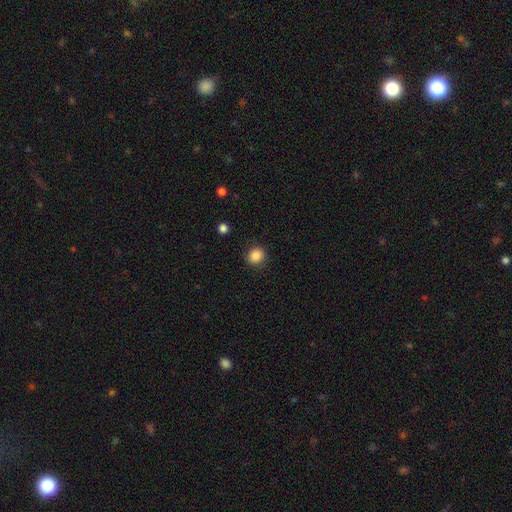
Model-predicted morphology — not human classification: Smooth or featured?
  - smooth: 87% *
  - star or artifact: 10%
  - featured or disk: 3%
How rounded?
  - round: 82% *
  - in between: 17%
  - cigar-shaped: 1%
Merging?
  - none: 90% *
  - minor disturbance: 7%
  - major disturbance: 2%
  - merger: 1%